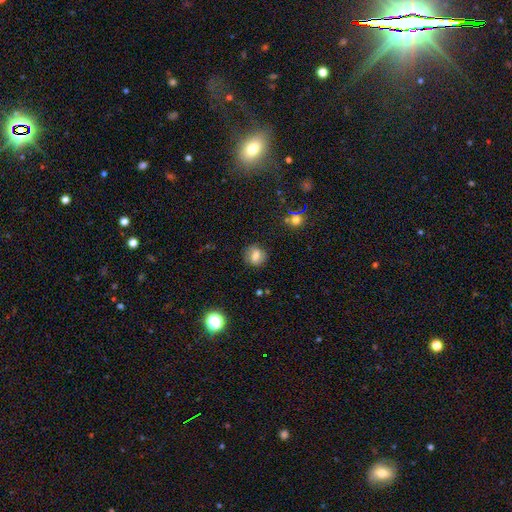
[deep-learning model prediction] A smooth galaxy with no disk features (68%) that is round (69%). Merging: none (80%).